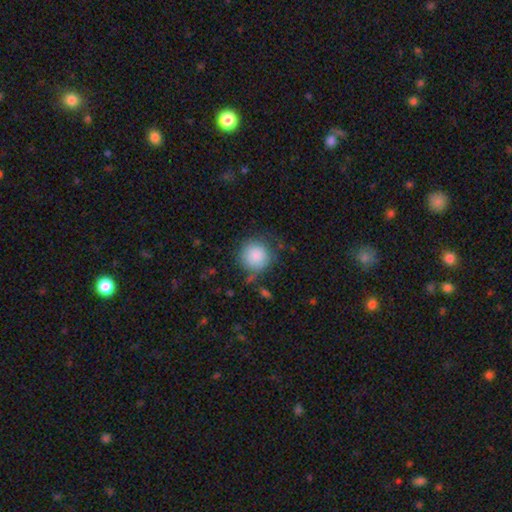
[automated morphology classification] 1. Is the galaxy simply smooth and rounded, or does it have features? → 86% smooth, 7% star or artifact, 6% featured or disk.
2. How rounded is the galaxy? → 93% round, 6% in between, 1% cigar-shaped.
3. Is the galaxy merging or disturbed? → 67% none, 21% minor disturbance, 9% major disturbance, 3% merger.